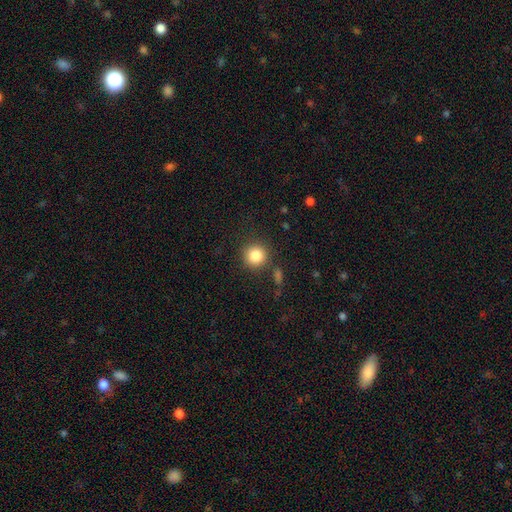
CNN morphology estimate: Smooth or featured: smooth — 84% (star or artifact — 10%)
How rounded: round — 93% (in between — 6%)
Merging: none — 85% (minor disturbance — 8%)